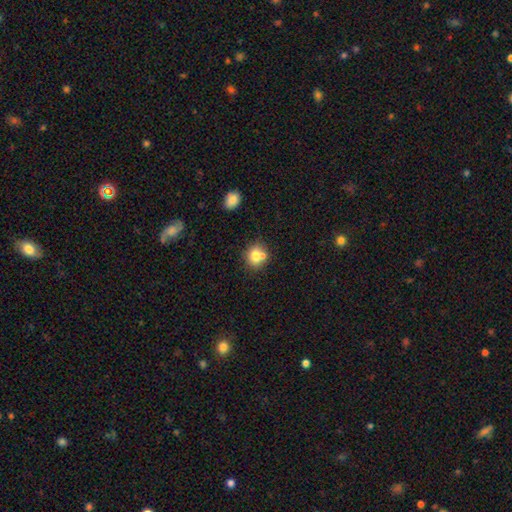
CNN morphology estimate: Q: Smooth or featured?
A: smooth (75%); runner-up: featured or disk (14%)
Q: How rounded?
A: round (77%); runner-up: in between (22%)
Q: Merging?
A: none (60%); runner-up: merger (27%)